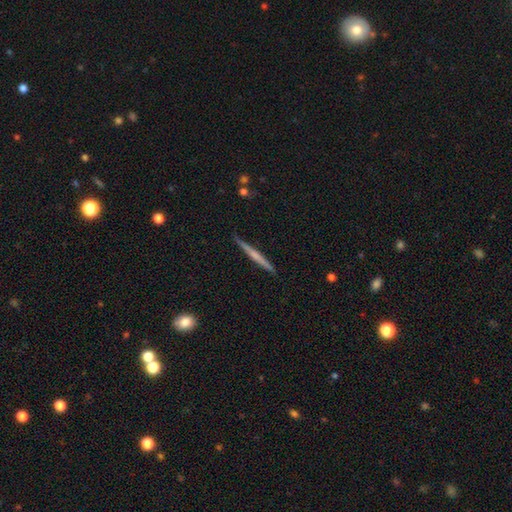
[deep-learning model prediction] Morphology: type=featured or disk (57%); edge-on=yes (98%); edge-on bulge=none (57%); merging=none (89%).